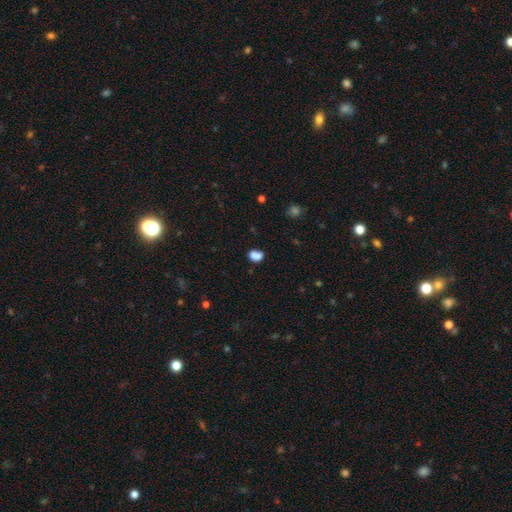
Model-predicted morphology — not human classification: Smooth or featured? Predicted: smooth (p=0.80). How rounded? Predicted: in between (p=0.67). Merging? Predicted: none (p=0.55).